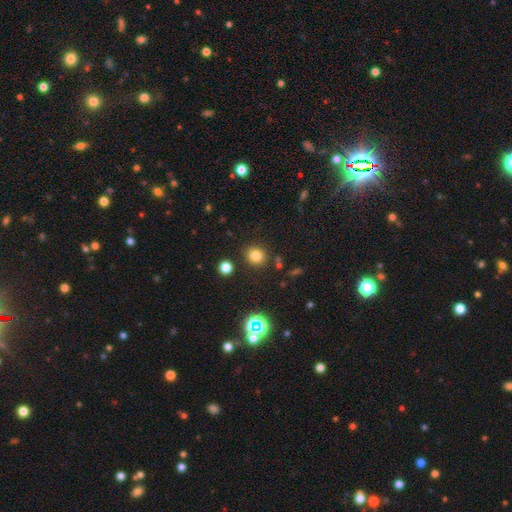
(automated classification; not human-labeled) smooth-or-featured: smooth: 80% | star or artifact: 14% | featured or disk: 6%
  how-rounded: round: 81% | in between: 18% | cigar-shaped: 1%
  merging: none: 85% | minor disturbance: 8% | merger: 4% | major disturbance: 3%